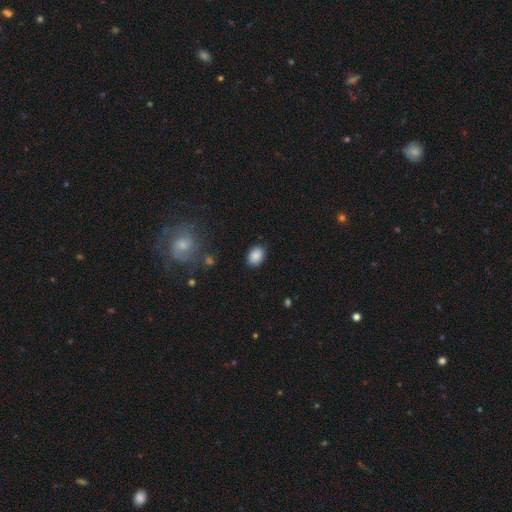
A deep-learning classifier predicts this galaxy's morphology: The model was most divided on "how rounded": in between: 69%, round: 30%, cigar-shaped: 1%. More confident: smooth or featured — smooth (86%); merging — none (83%).